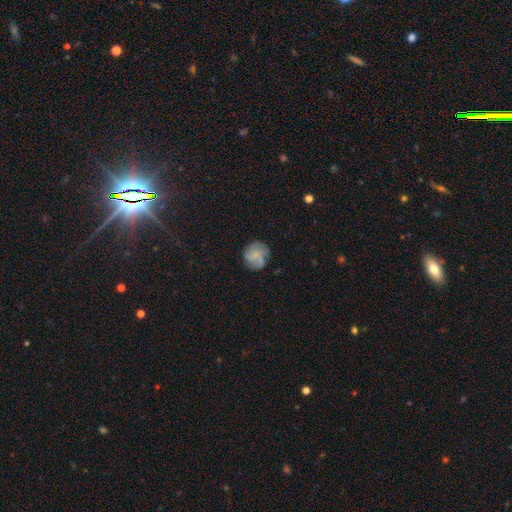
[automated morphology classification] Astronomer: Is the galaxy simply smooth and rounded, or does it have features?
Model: featured or disk — 49% (runner-up: smooth, 43%).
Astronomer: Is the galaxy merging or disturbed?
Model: none — 76%.